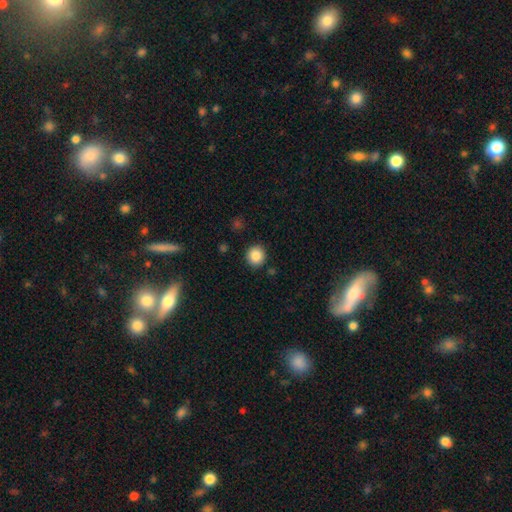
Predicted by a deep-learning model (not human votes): A smooth galaxy with no disk features (86%) that is round (91%). Merging: none (90%).